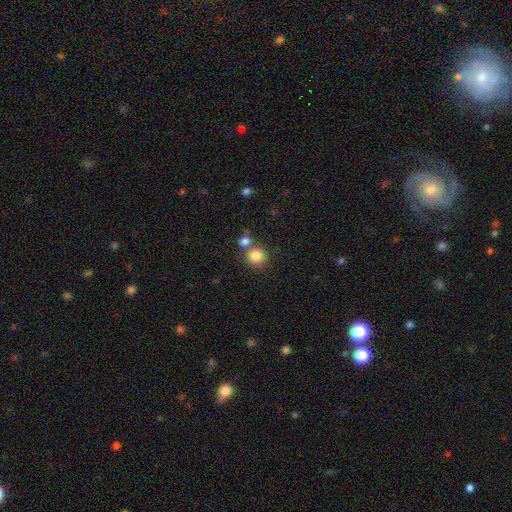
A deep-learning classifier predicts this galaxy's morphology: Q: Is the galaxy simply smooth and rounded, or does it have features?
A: smooth — 83%.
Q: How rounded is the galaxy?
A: round — 89%.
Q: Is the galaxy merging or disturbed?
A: none — 63%.